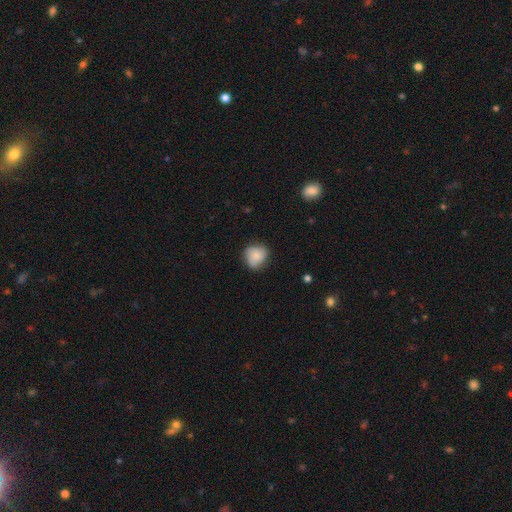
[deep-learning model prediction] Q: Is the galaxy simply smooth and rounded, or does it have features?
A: smooth — 73%.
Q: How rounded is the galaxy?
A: round — 79%.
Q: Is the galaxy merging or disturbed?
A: none — 66%.